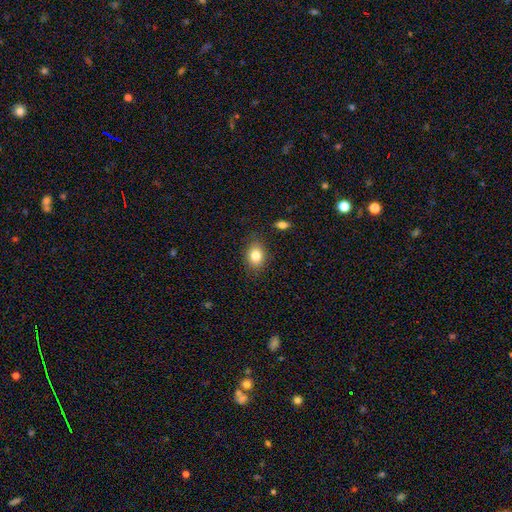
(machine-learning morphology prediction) Overall: smooth (82%). How rounded: in between (64%; round 35%). Merging: none (83%).